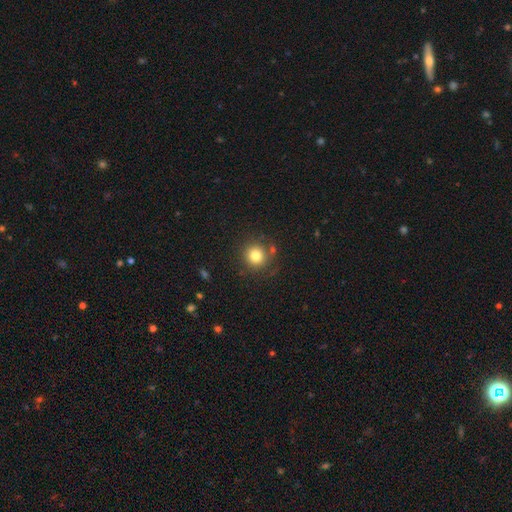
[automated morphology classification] smooth_or_featured: smooth (p=0.80) [alt: star or artifact p=0.12]
how_rounded: round (p=0.92) [alt: in between p=0.07]
merging: none (p=0.80) [alt: minor disturbance p=0.10]